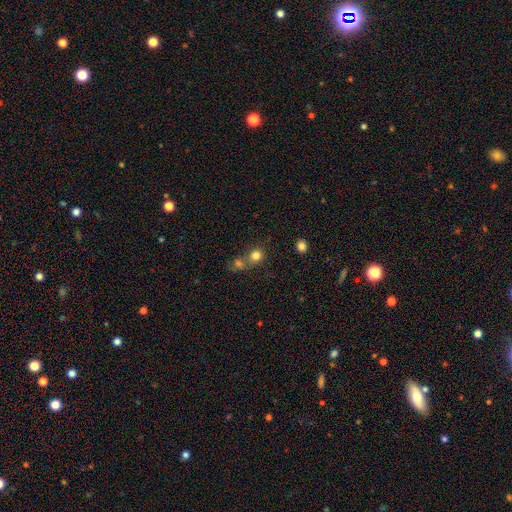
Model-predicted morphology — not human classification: smooth_or_featured: smooth (p=0.79) [alt: star or artifact p=0.13]
how_rounded: round (p=0.83) [alt: in between p=0.16]
merging: none (p=0.47) [alt: merger p=0.42]